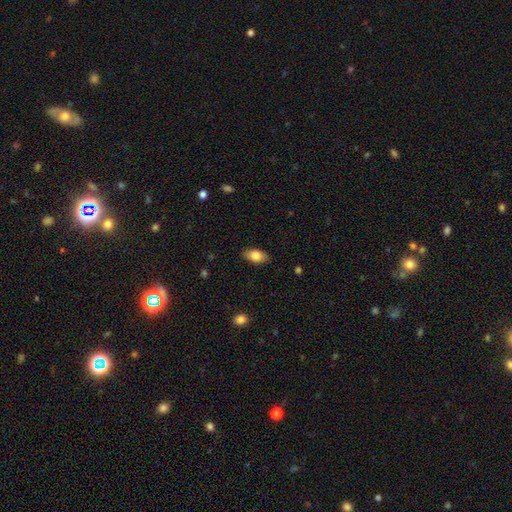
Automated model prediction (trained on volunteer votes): Smooth or featured?
  - smooth: 81% *
  - featured or disk: 12%
  - star or artifact: 7%
How rounded?
  - in between: 91% *
  - round: 6%
  - cigar-shaped: 3%
Merging?
  - none: 87% *
  - minor disturbance: 10%
  - major disturbance: 2%
  - merger: 1%